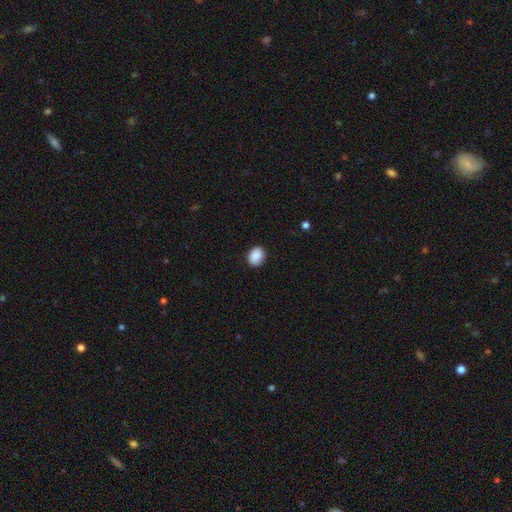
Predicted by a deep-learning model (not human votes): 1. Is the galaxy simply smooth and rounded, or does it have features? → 89% smooth, 8% star or artifact, 3% featured or disk.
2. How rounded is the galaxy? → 58% in between, 41% round, 1% cigar-shaped.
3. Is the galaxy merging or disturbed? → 87% none, 10% minor disturbance, 2% major disturbance, 1% merger.